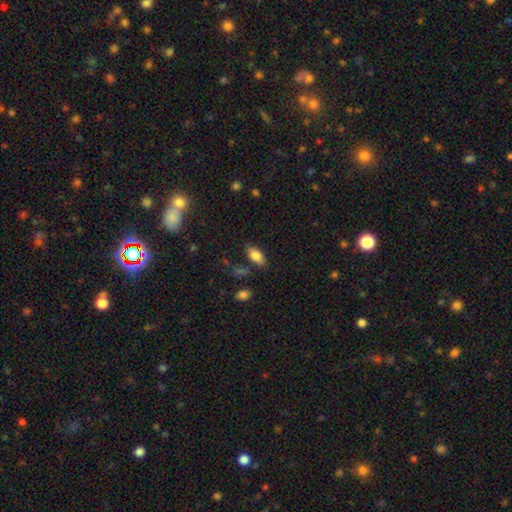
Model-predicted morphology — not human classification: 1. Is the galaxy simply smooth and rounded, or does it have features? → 82% smooth, 11% featured or disk, 7% star or artifact.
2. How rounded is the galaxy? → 89% in between, 8% cigar-shaped, 3% round.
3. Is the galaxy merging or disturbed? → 80% none, 13% minor disturbance, 4% merger, 3% major disturbance.